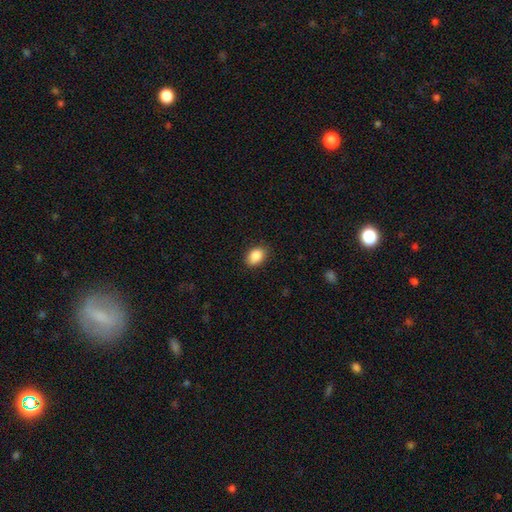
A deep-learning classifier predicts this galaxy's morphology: Overall: smooth (88%). How rounded: in between (79%). Merging: none (87%).